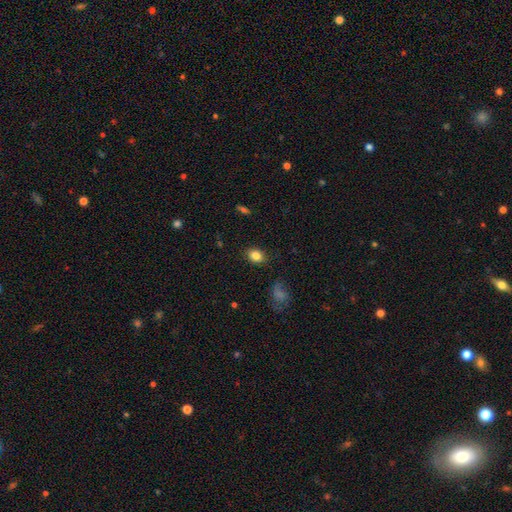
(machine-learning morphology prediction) Smooth or featured: smooth — 83% (star or artifact — 10%)
How rounded: in between — 60% (round — 39%)
Merging: none — 86% (minor disturbance — 10%)